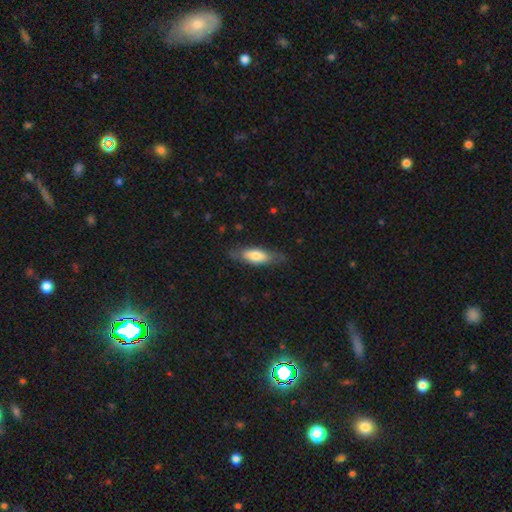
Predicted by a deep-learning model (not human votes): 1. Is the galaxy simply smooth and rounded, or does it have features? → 67% smooth, 27% featured or disk, 6% star or artifact.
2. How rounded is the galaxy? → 62% in between, 36% cigar-shaped, 2% round.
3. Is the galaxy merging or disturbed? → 74% none, 19% minor disturbance, 6% major disturbance, 1% merger.